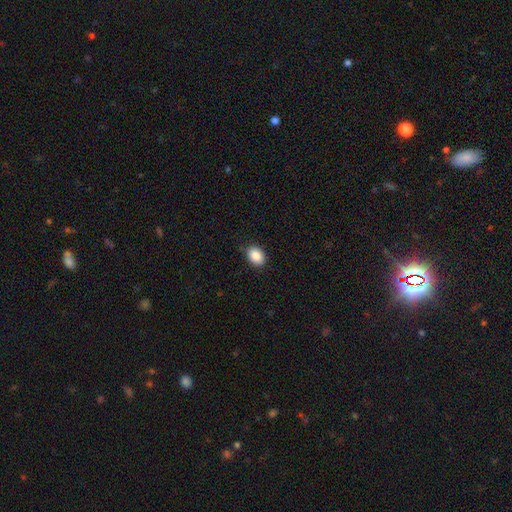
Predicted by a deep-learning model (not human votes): Smooth or featured?
  - smooth: 89% *
  - star or artifact: 8%
  - featured or disk: 4%
How rounded?
  - in between: 76% *
  - round: 23%
  - cigar-shaped: 1%
Merging?
  - none: 87% *
  - minor disturbance: 10%
  - major disturbance: 2%
  - merger: 1%